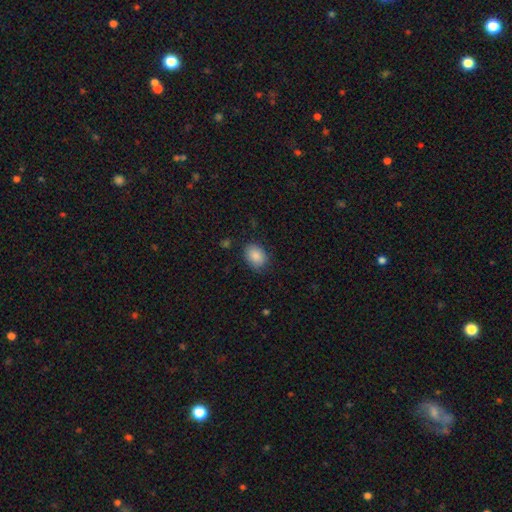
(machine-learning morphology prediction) smooth-or-featured: smooth: 88% | star or artifact: 7% | featured or disk: 5%
  how-rounded: in between: 71% | round: 28% | cigar-shaped: 1%
  merging: none: 80% | minor disturbance: 15% | major disturbance: 3% | merger: 1%